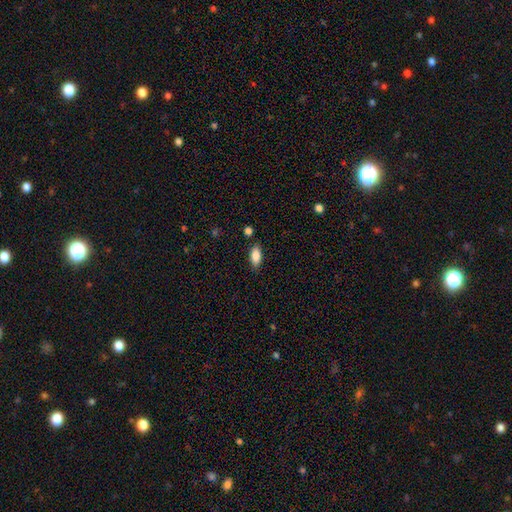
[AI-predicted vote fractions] smooth 84%, featured or disk 9%, star or artifact 7%. Down the decision tree: how rounded — in between (87%); merging — none (83%).